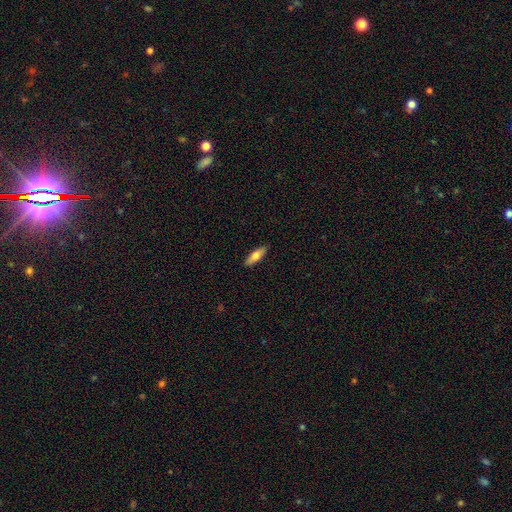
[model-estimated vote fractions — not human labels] A smooth galaxy with no disk features (72%) that is in between round and cigar-shaped (53%).

Vote fractions:
- Smooth or featured? smooth: 72% / featured or disk: 22% / star or artifact: 6%
- How rounded? in between: 53% / cigar-shaped: 45% / round: 2%
- Merging? none: 89% / minor disturbance: 8% / major disturbance: 2% / merger: 1%